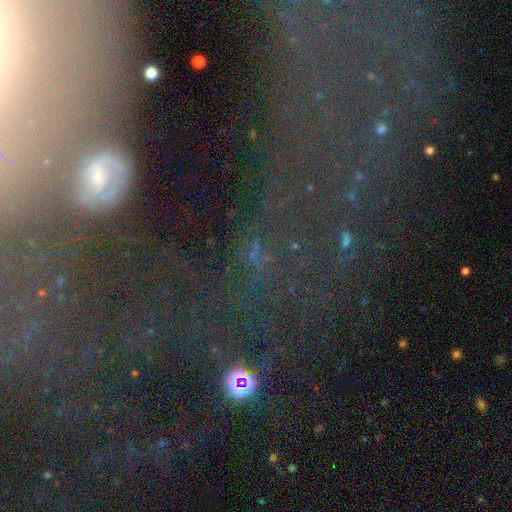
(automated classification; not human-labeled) Morphology: type=star or artifact (64%).